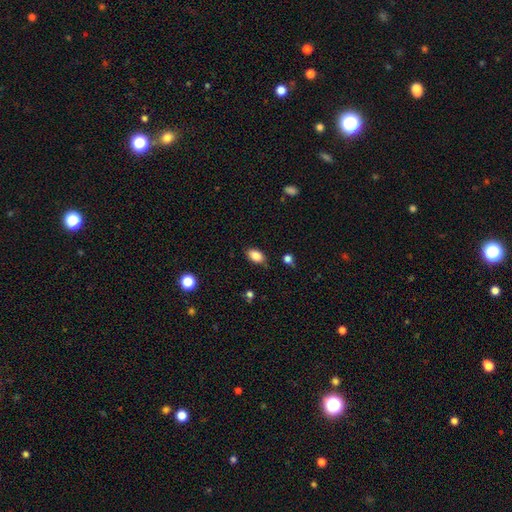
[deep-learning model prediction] Q: Smooth or featured?
A: smooth (86%); runner-up: star or artifact (9%)
Q: How rounded?
A: in between (89%); runner-up: round (9%)
Q: Merging?
A: none (83%); runner-up: minor disturbance (12%)